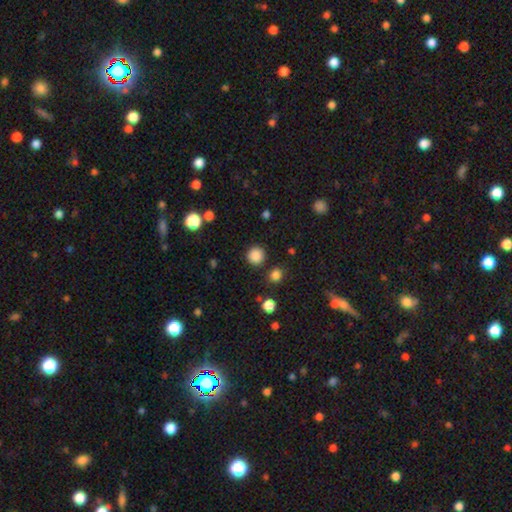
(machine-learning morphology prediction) type=smooth (85%); roundness=round (94%); merging=none (89%).